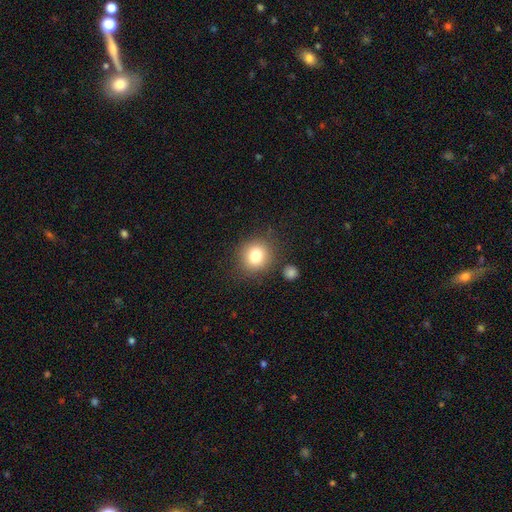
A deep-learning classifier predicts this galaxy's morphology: Smooth or featured: smooth — 79% (star or artifact — 12%)
How rounded: round — 87% (in between — 12%)
Merging: none — 82% (minor disturbance — 9%)